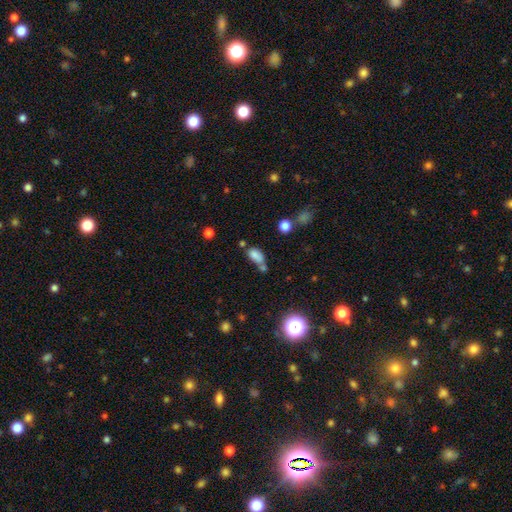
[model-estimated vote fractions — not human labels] This appears to be a smooth galaxy with no disk features (77%) that is in between round and cigar-shaped (85%). Merging: none (37%).